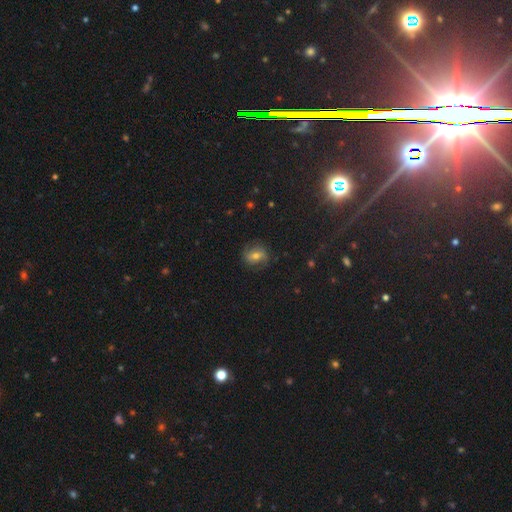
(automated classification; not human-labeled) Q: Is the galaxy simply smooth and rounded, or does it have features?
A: featured or disk — 47%.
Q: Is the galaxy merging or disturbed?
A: none — 78%.